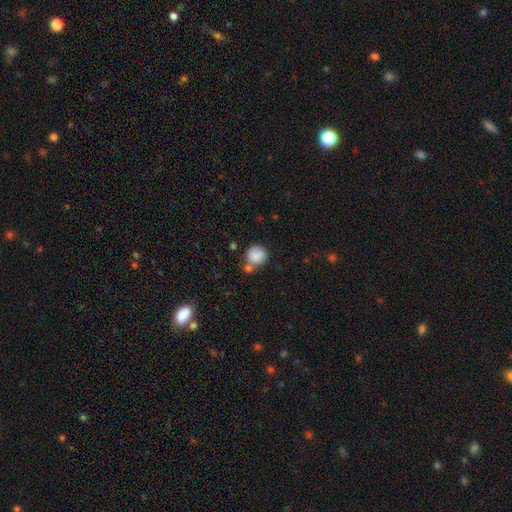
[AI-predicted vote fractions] Smooth or featured? Predicted: smooth (p=0.86). How rounded? Predicted: round (p=0.86). Merging? Predicted: none (p=0.59).